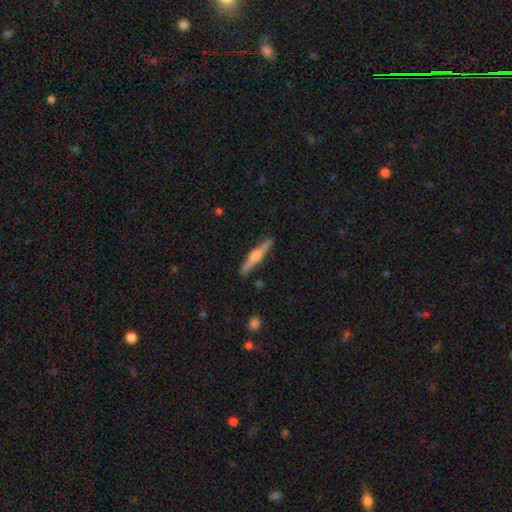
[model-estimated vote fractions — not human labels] Smooth or featured?
  - featured or disk: 63% *
  - smooth: 32%
  - star or artifact: 5%
Edge-on disk?
  - yes: 98% *
  - no: 2%
Edge-on bulge?
  - rounded: 85% *
  - boxy: 10%
  - none: 5%
Merging?
  - none: 89% *
  - minor disturbance: 8%
  - major disturbance: 2%
  - merger: 1%